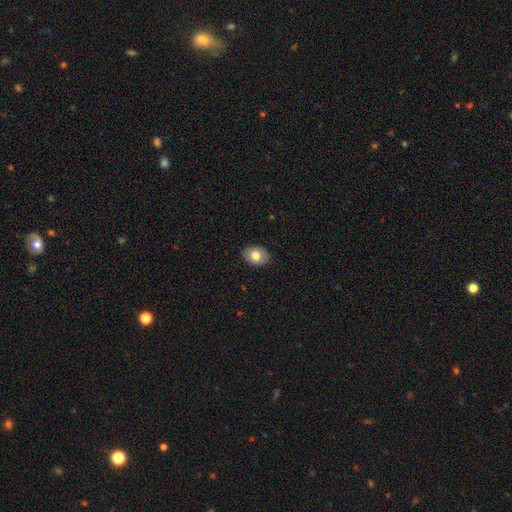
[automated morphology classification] A smooth galaxy with no disk features (76%) that is in between round and cigar-shaped (70%).

Vote fractions:
- Smooth or featured? smooth: 76% / featured or disk: 17% / star or artifact: 7%
- How rounded? in between: 70% / round: 29% / cigar-shaped: 1%
- Merging? none: 89% / minor disturbance: 8% / major disturbance: 2% / merger: 1%